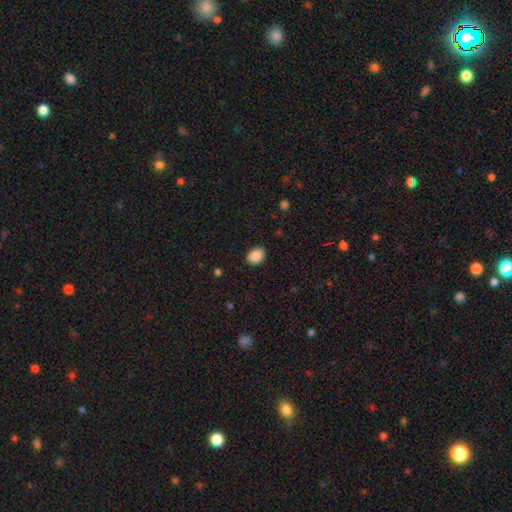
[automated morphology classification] The model was most divided on "how rounded": in between: 66%, round: 33%, cigar-shaped: 1%. More confident: smooth or featured — smooth (89%); merging — none (88%).